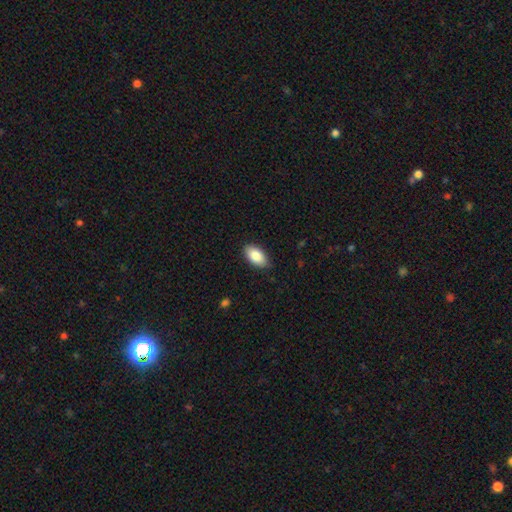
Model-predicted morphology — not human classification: type=smooth (86%); roundness=in between (94%); merging=none (86%).